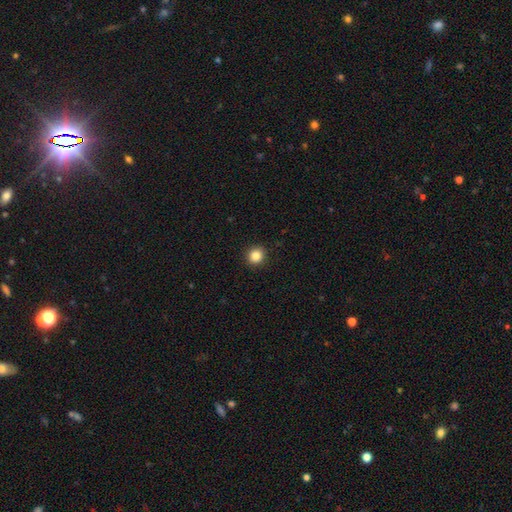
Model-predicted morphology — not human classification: Smooth or featured?
  - smooth: 86% *
  - star or artifact: 11%
  - featured or disk: 3%
How rounded?
  - round: 91% *
  - in between: 9%
  - cigar-shaped: 1%
Merging?
  - none: 92% *
  - minor disturbance: 5%
  - major disturbance: 2%
  - merger: 1%